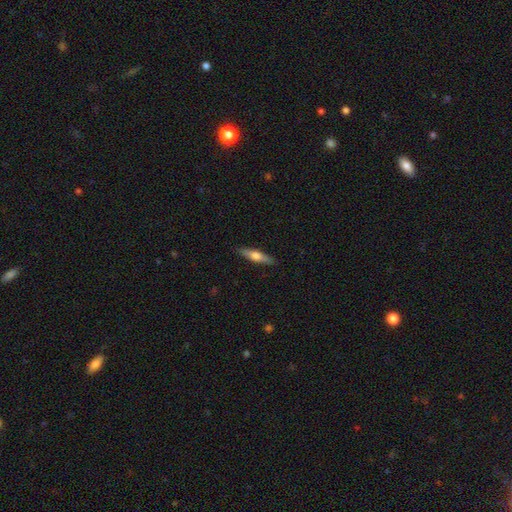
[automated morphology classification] The model was most divided on "smooth or featured" (2-way tie): smooth: 47%, featured or disk: 47%, star or artifact: 6%. More confident: merging — none (89%).